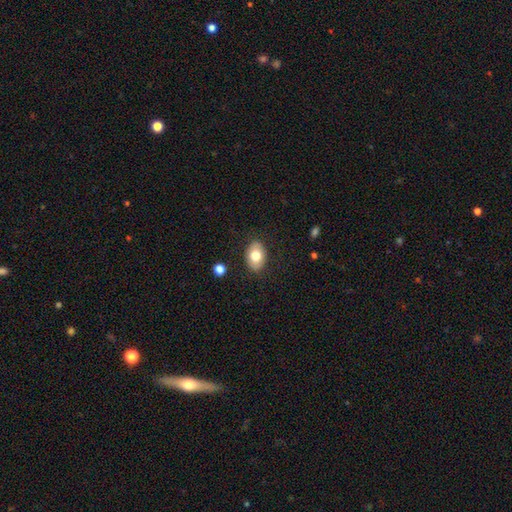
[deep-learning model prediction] Morphology: type=smooth (76%); roundness=in between (84%); merging=none (86%).